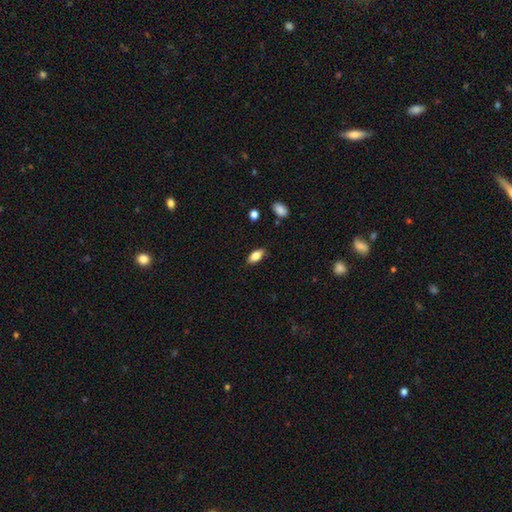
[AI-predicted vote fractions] This is likely a smooth galaxy (78%). How rounded: clearly in between (88%). Merging: clearly none (84%).